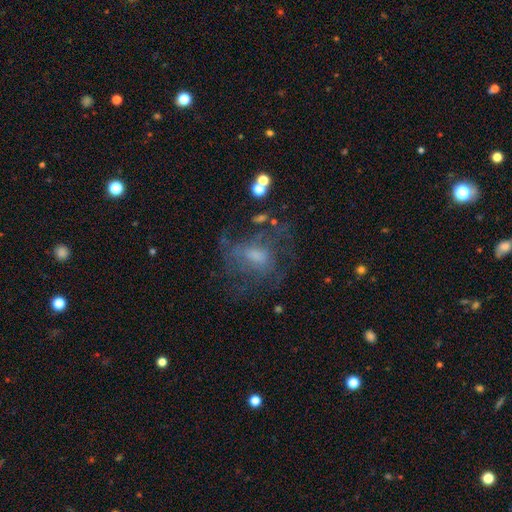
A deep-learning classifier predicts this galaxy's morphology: A featured or disk galaxy (64%) with no bar (54%), spiral arms (70%) and a moderate central bulge (39%).

Vote fractions:
- Smooth or featured? featured or disk: 64% / smooth: 23% / star or artifact: 13%
- Edge-on disk? no: 96% / yes: 4%
- Bar? no: 54% / weak: 39% / strong: 8%
- Spiral arms? yes: 70% / no: 30%
- Bulge size? moderate: 39% / small: 34% / none: 17% / large: 8% / dominant: 2%
- Merging? none: 53% / major disturbance: 25% / minor disturbance: 19% / merger: 3%